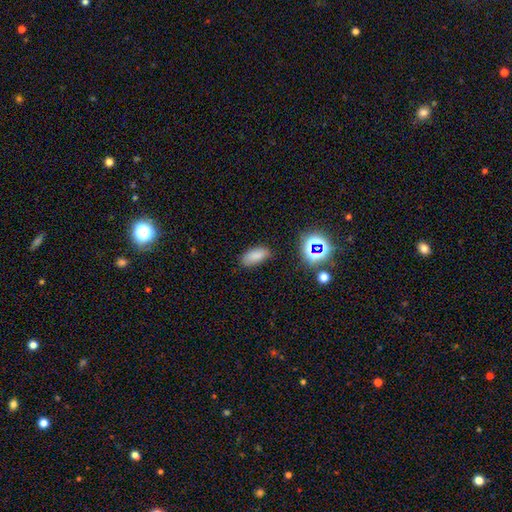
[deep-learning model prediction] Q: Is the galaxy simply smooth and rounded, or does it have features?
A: smooth — 79%.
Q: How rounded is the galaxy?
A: in between — 88%.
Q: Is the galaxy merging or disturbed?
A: none — 81%.